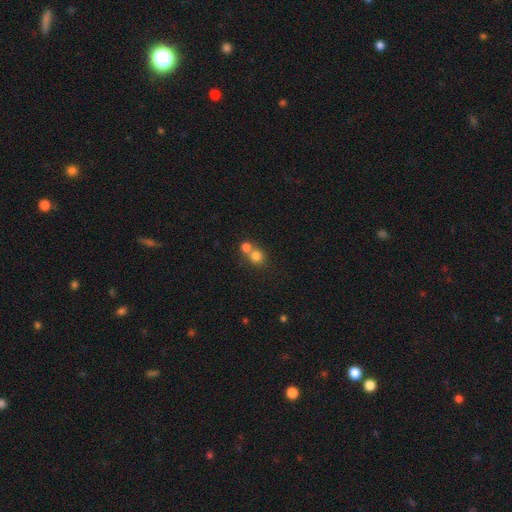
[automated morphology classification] type=smooth (77%); roundness=round (84%); merging=merger (52%).